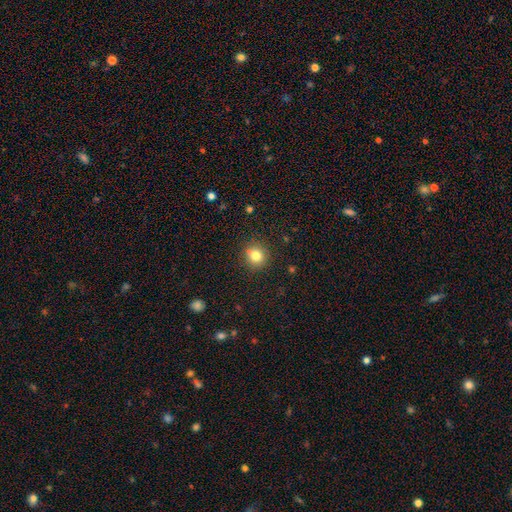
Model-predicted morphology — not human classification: A smooth galaxy with no disk features (79%) that is round (90%). Merging: none (83%).